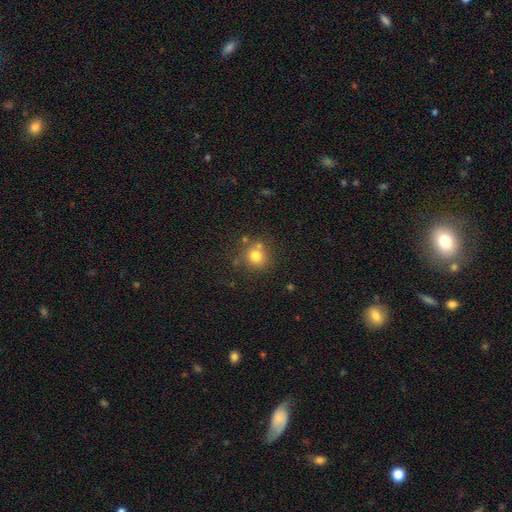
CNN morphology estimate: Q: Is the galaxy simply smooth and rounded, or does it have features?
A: smooth — 77%.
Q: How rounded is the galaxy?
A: round — 87%.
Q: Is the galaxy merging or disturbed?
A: none — 70%.